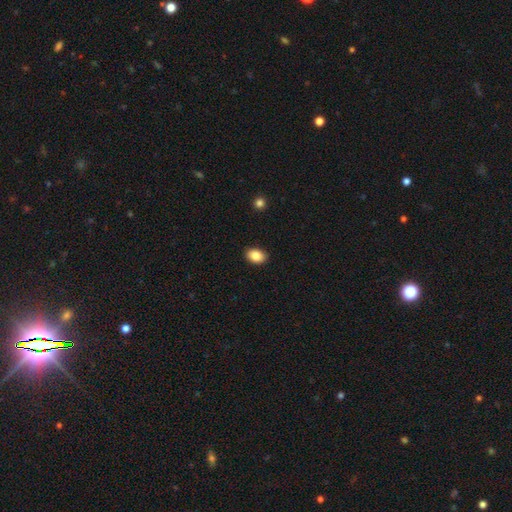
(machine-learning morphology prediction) Q: Smooth or featured?
A: smooth (87%); runner-up: star or artifact (8%)
Q: How rounded?
A: in between (83%); runner-up: round (16%)
Q: Merging?
A: none (89%); runner-up: minor disturbance (8%)